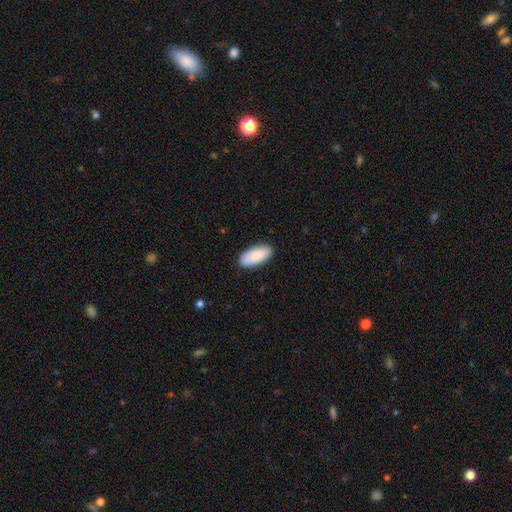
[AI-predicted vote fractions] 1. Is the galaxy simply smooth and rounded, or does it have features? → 88% smooth, 6% featured or disk, 5% star or artifact.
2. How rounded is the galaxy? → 89% in between, 10% cigar-shaped, 2% round.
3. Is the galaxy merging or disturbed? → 89% none, 8% minor disturbance, 2% major disturbance, 1% merger.